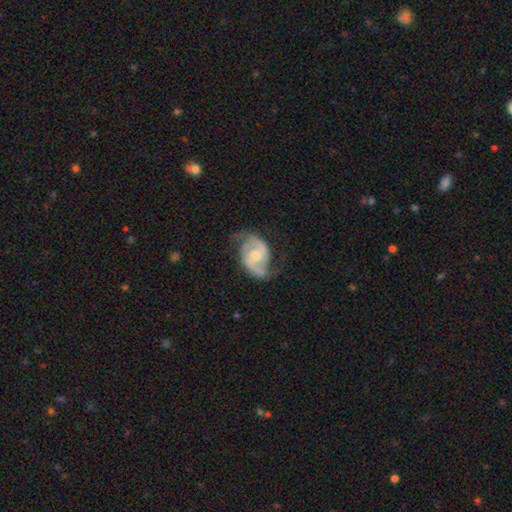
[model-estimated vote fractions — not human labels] Smooth or featured?
  - featured or disk: 88% *
  - smooth: 8%
  - star or artifact: 4%
Edge-on disk?
  - no: 98% *
  - yes: 2%
Bar?
  - no: 45% * (tied)
  - weak: 45% * (tied)
  - strong: 10%
Spiral arms?
  - yes: 96% *
  - no: 4%
Spiral winding?
  - medium: 55% *
  - tight: 26%
  - loose: 19%
Spiral arm count?
  - 2: 91% *
  - can't tell: 4%
  - 1: 2%
  - 3: 2%
  - 4: 1%
  - more than 4: 1%
Bulge size?
  - moderate: 57% *
  - small: 34%
  - none: 5%
  - large: 4%
  - dominant: 1%
Merging?
  - none: 68% *
  - minor disturbance: 21%
  - major disturbance: 9%
  - merger: 2%